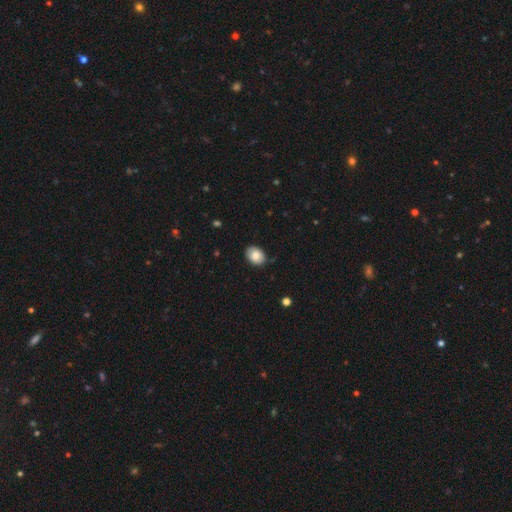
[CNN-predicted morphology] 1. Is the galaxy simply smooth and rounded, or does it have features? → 82% smooth, 10% featured or disk, 7% star or artifact.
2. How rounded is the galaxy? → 69% in between, 30% round, 1% cigar-shaped.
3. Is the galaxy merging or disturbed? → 84% none, 13% minor disturbance, 2% major disturbance, 1% merger.